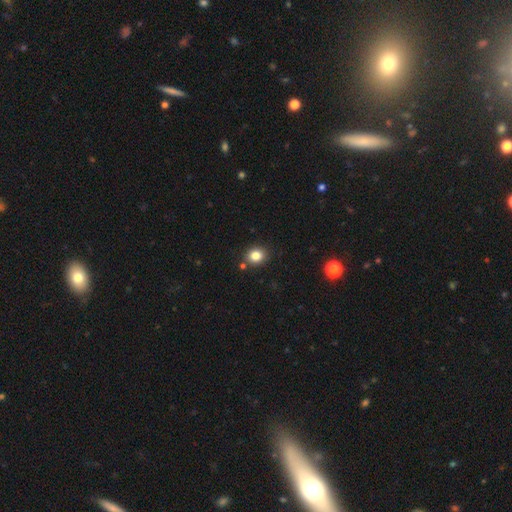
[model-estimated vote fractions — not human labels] Morphology: type=smooth (83%); roundness=round (69%); merging=none (85%).